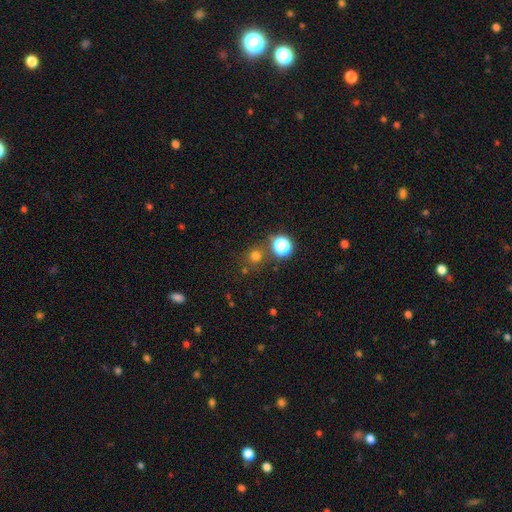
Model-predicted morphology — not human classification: The model was most divided on "smooth or featured": smooth: 69%, star or artifact: 25%, featured or disk: 6%. More confident: how rounded — round (90%); merging — none (78%).